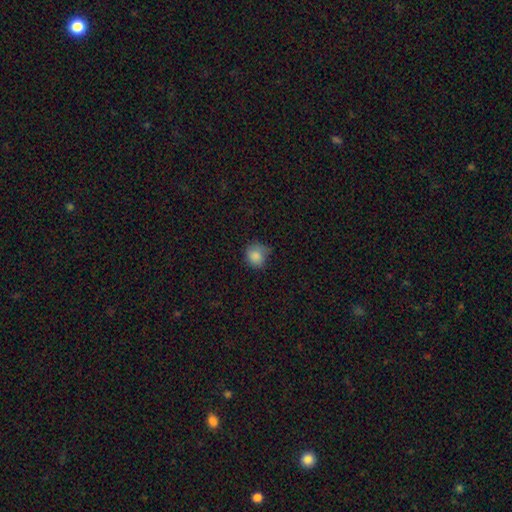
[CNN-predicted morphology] A smooth galaxy with no disk features (84%) that is round (77%). Merging: none (59%).